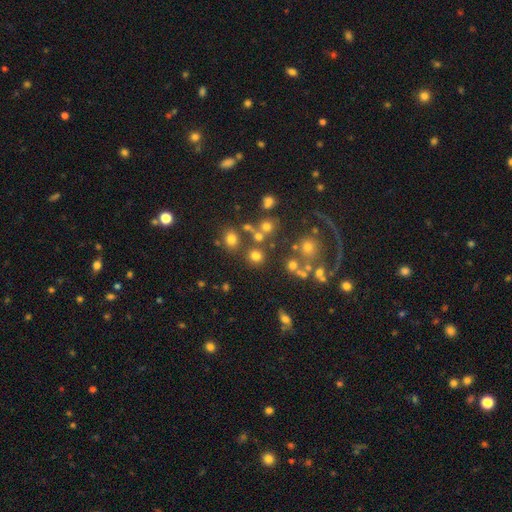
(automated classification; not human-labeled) The model was most divided on "smooth or featured": smooth: 73%, star or artifact: 18%, featured or disk: 9%. More confident: how rounded — round (86%); merging — none (75%).